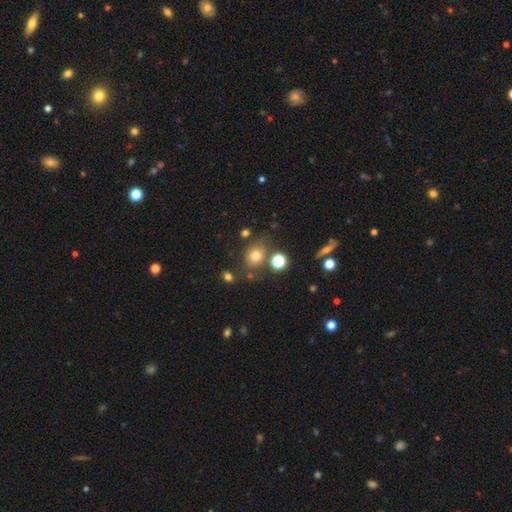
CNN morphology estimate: smooth-or-featured: smooth: 74% | star or artifact: 16% | featured or disk: 10%
  how-rounded: round: 70% | in between: 28% | cigar-shaped: 1%
  merging: none: 68% | minor disturbance: 15% | merger: 11% | major disturbance: 6%